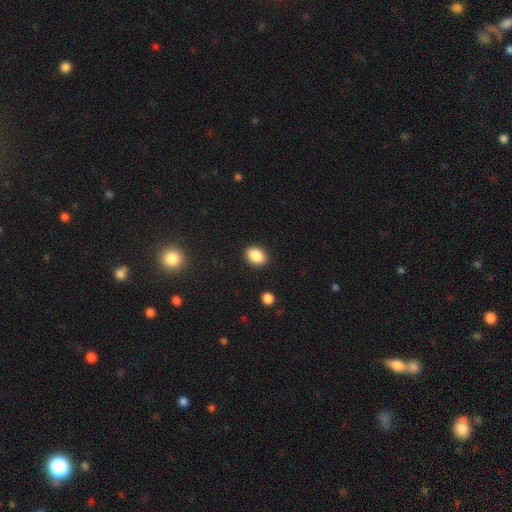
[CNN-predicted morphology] Smooth or featured?
  - smooth: 87% *
  - star or artifact: 9%
  - featured or disk: 4%
How rounded?
  - in between: 75% *
  - round: 24%
  - cigar-shaped: 1%
Merging?
  - none: 89% *
  - minor disturbance: 7%
  - major disturbance: 2%
  - merger: 1%